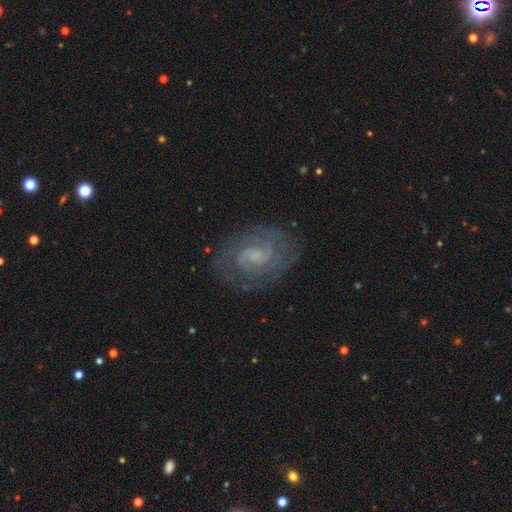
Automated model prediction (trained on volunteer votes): smooth_or_featured: featured or disk (p=0.81) [alt: smooth p=0.12]
disk_edge_on: no (p=0.97) [alt: yes p=0.03]
bar: no (p=0.47) [alt: weak p=0.46]
has_spiral_arms: yes (p=0.94) [alt: no p=0.06]
spiral_winding: tight (p=0.47) [alt: medium p=0.42]
spiral_arm_count: 2 (p=0.68) [alt: can't tell p=0.18]
bulge_size: small (p=0.46) [alt: moderate p=0.26]
merging: none (p=0.78) [alt: minor disturbance p=0.14]